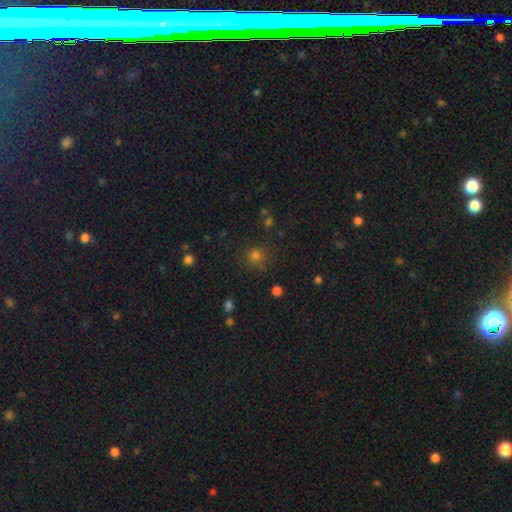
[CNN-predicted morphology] The model was most divided on "smooth or featured": smooth: 70%, star or artifact: 25%, featured or disk: 5%. More confident: how rounded — round (90%); merging — none (82%).